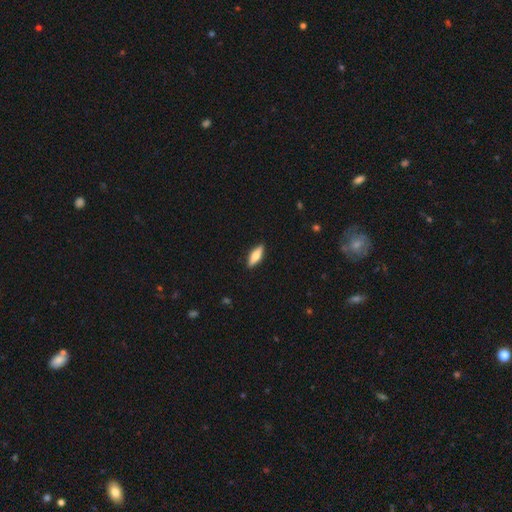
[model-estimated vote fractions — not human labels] A smooth galaxy with no disk features (60%) that is cigar-shaped (49%).

Vote fractions:
- Smooth or featured? smooth: 60% / featured or disk: 34% / star or artifact: 6%
- How rounded? cigar-shaped: 49% / in between: 48% / round: 2%
- Merging? none: 89% / minor disturbance: 8% / major disturbance: 2% / merger: 1%